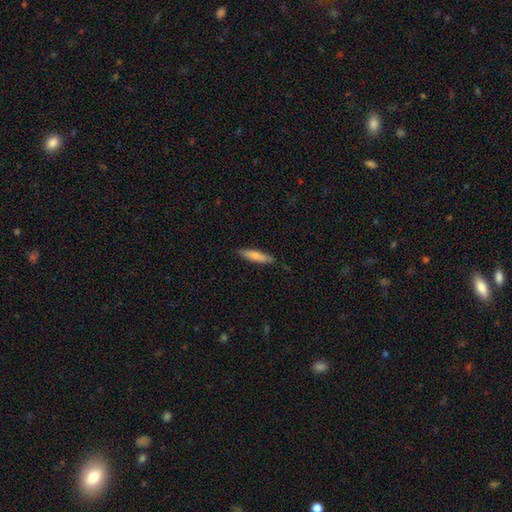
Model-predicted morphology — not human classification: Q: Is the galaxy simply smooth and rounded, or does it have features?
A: smooth — 75%.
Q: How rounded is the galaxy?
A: cigar-shaped — 82%.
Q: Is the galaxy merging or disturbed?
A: none — 86%.